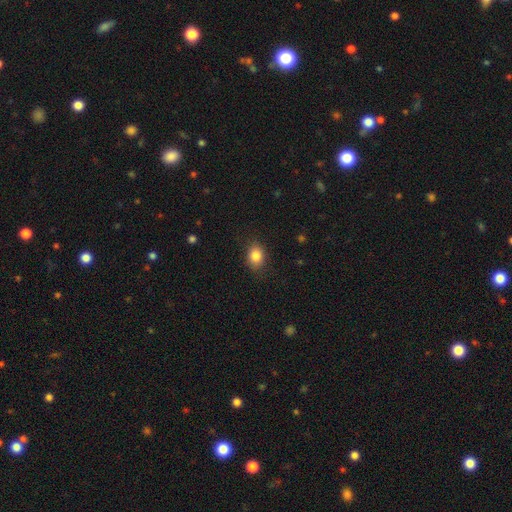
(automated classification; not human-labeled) smooth 85%, star or artifact 9%, featured or disk 6%. Down the decision tree: how rounded — in between (60%); merging — none (85%).